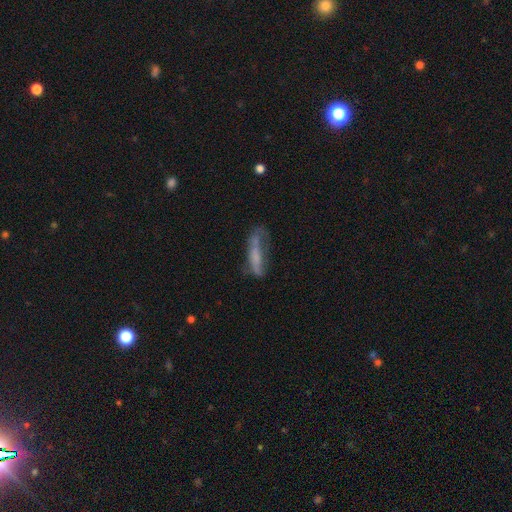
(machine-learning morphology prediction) Smooth or featured: smooth — 50% (featured or disk — 40%)
Merging: none — 39% (major disturbance — 29%)